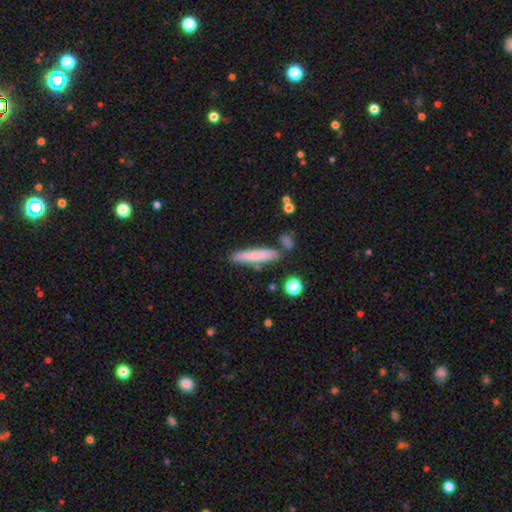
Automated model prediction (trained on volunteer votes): Overall: smooth (74%). How rounded: cigar-shaped (90%). Merging: none (78%).